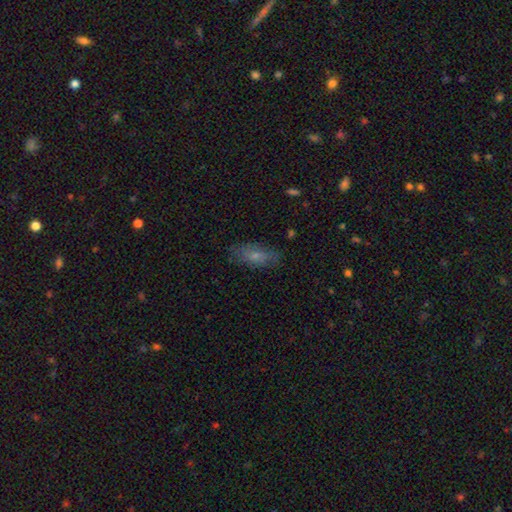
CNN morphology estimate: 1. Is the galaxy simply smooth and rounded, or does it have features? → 68% smooth, 24% featured or disk, 9% star or artifact.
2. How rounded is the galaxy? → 80% in between, 16% cigar-shaped, 4% round.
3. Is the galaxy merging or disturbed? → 75% none, 19% minor disturbance, 6% major disturbance, 1% merger.